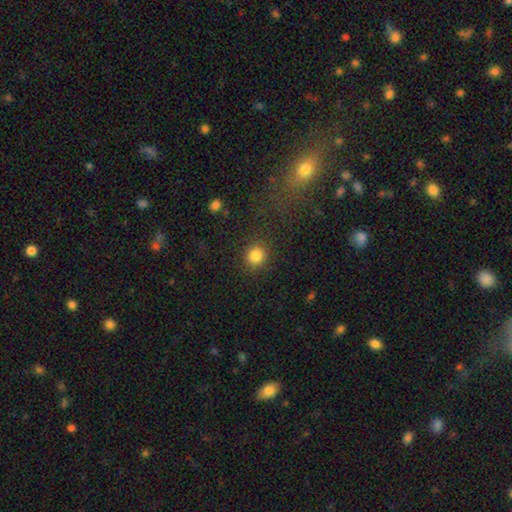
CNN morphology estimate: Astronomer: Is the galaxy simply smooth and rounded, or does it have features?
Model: smooth — 84%.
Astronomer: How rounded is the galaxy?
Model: round — 89%.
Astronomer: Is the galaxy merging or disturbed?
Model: none — 88%.